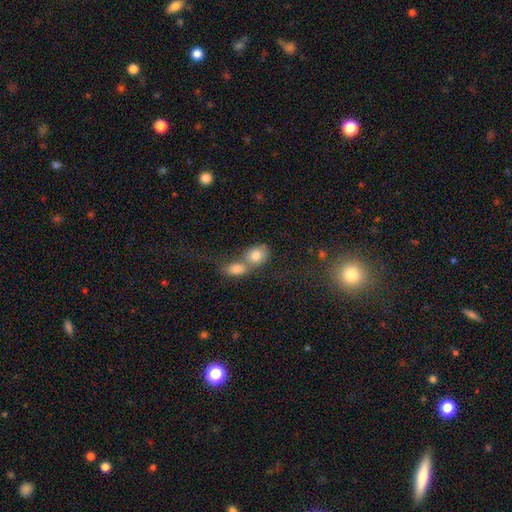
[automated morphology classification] Overall: smooth (78%). How rounded: in between (61%; round 37%). Merging: merger (63%; none 25%).